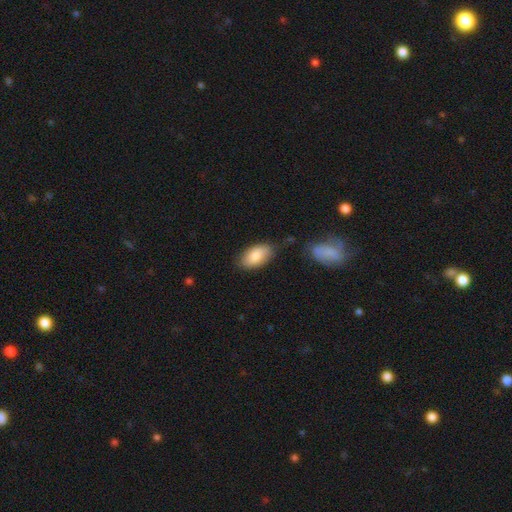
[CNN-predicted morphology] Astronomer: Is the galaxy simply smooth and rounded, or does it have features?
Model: smooth — 84%.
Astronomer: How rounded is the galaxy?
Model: in between — 94%.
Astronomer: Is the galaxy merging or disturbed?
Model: none — 76%.